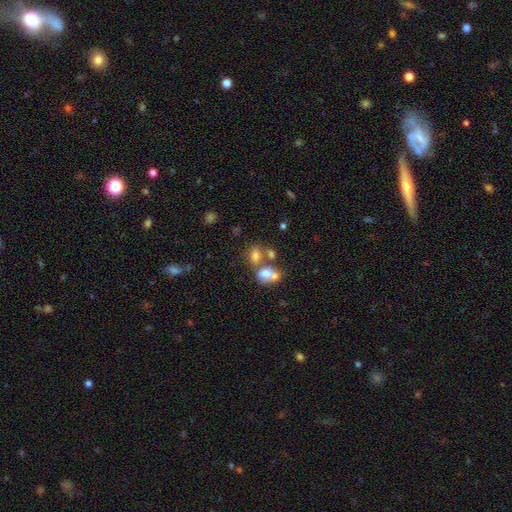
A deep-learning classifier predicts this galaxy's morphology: Smooth or featured? smooth (70%)
How rounded? in between (79%)
Merging? merger (49%)